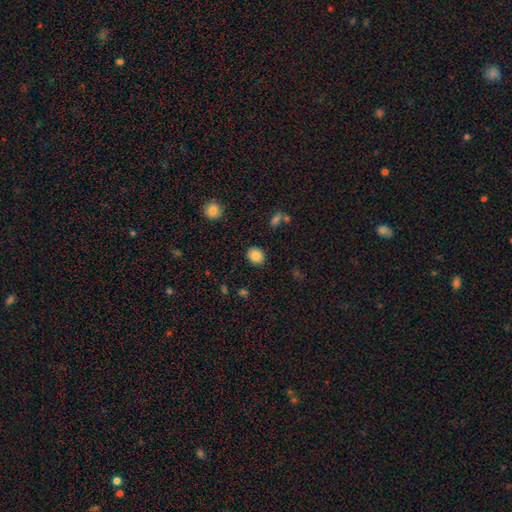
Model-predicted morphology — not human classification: The model was most divided on "how rounded": round: 67%, in between: 32%, cigar-shaped: 1%. More confident: merging — none (88%); smooth or featured — smooth (86%).